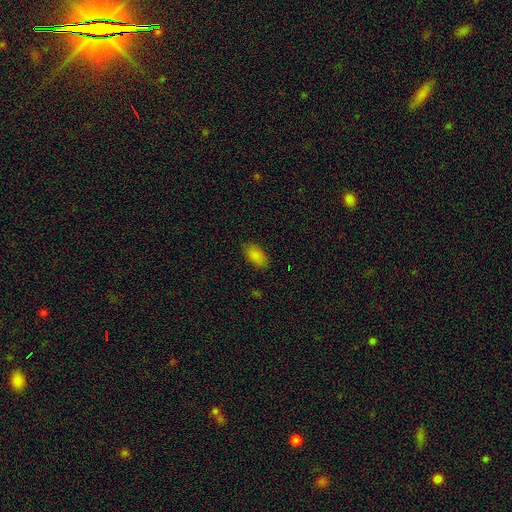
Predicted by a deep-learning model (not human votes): Smooth or featured? smooth (86%)
How rounded? in between (93%)
Merging? none (85%)